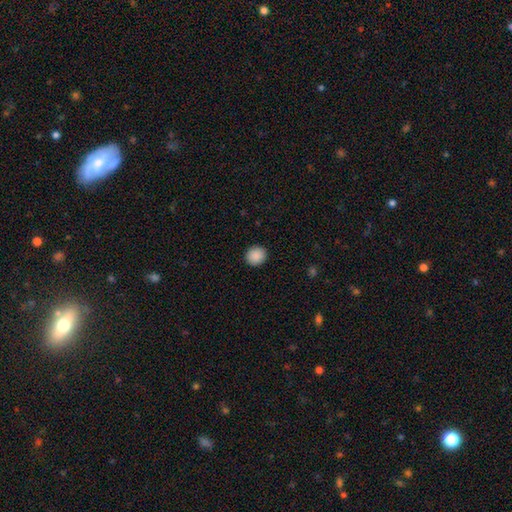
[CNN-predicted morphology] type=smooth (90%); roundness=round (87%); merging=none (92%).